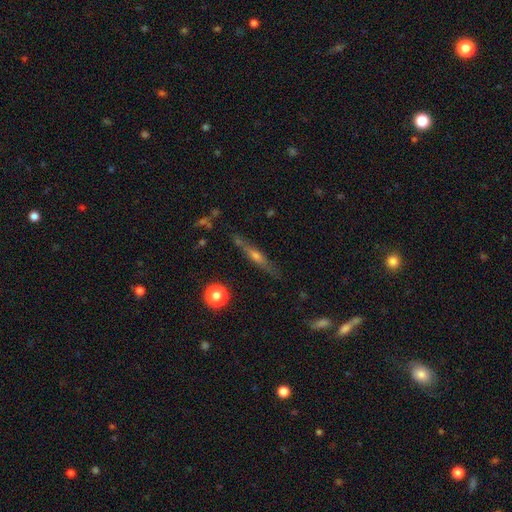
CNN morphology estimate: smooth-or-featured: featured or disk: 58% | smooth: 31% | star or artifact: 11%
  disk-edge-on: yes: 92% | no: 8%
    edge-on-bulge: rounded: 73% | none: 18% | boxy: 9%
  merging: none: 79% | minor disturbance: 13% | merger: 4% | major disturbance: 4%